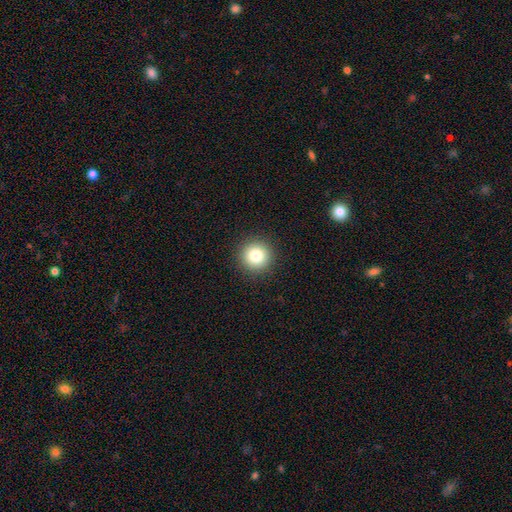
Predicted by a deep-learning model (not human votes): The model was most divided on "smooth or featured": smooth: 82%, star or artifact: 11%, featured or disk: 7%. More confident: how rounded — round (95%); merging — none (92%).